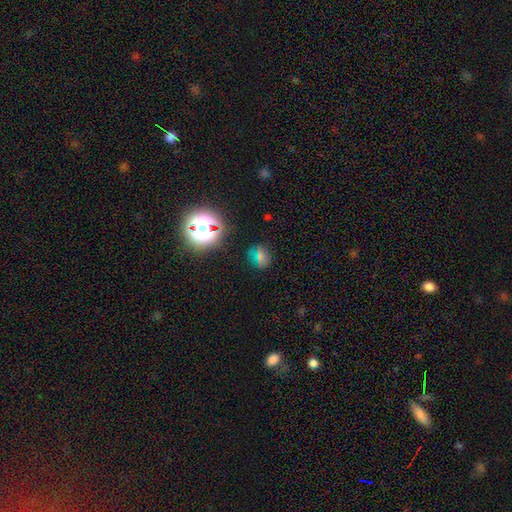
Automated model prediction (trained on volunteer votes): Overall: smooth (47%; star or artifact 37%). Merging: none (82%).